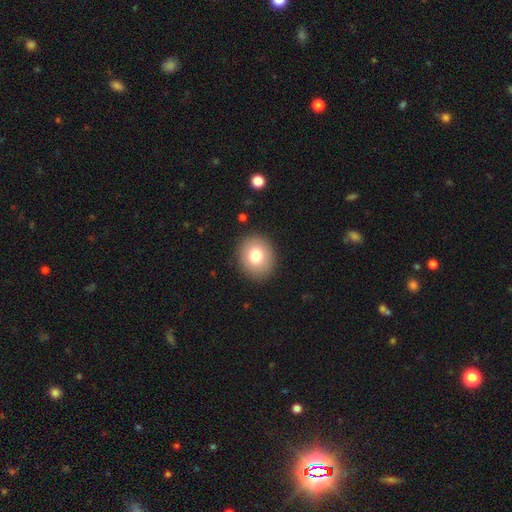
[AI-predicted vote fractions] Overall: smooth (78%). How rounded: round (69%; in between 30%). Merging: none (89%).